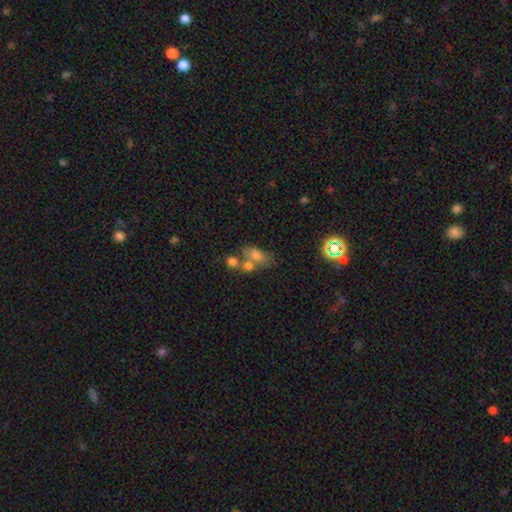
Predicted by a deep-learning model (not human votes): A smooth galaxy with no disk features (60%) that is in between round and cigar-shaped (70%). Merging: none (41%).